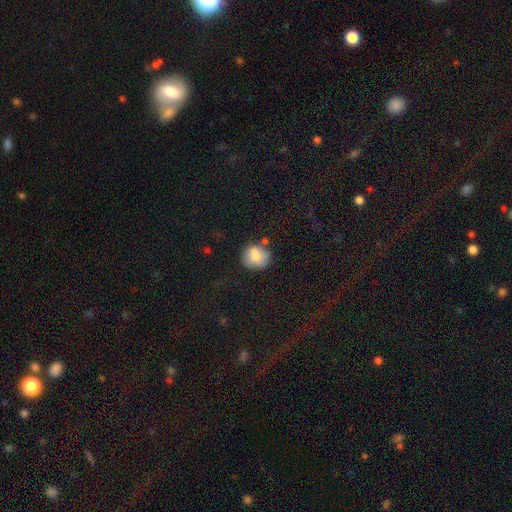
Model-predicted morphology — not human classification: A smooth galaxy with no disk features (80%) that is round (81%). Merging: none (63%).